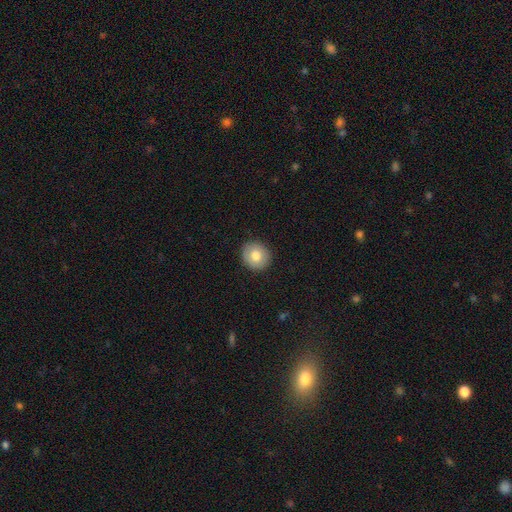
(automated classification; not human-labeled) smooth-or-featured: smooth: 79% | featured or disk: 14% | star or artifact: 8%
  how-rounded: round: 87% | in between: 12% | cigar-shaped: 1%
  merging: none: 91% | minor disturbance: 7% | major disturbance: 2% | merger: 1%